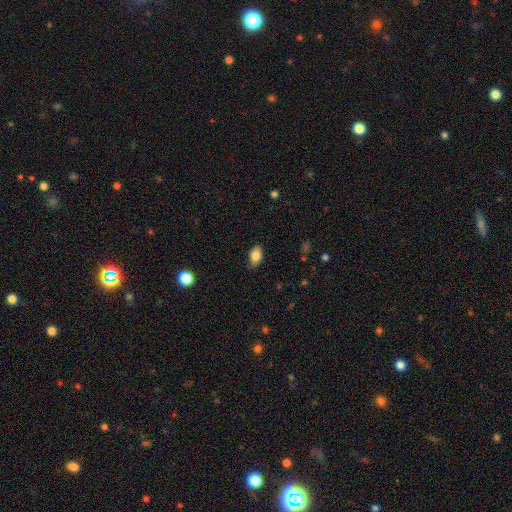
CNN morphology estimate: smooth_or_featured: smooth (p=0.84) [alt: featured or disk p=0.08]
how_rounded: in between (p=0.90) [alt: round p=0.08]
merging: none (p=0.83) [alt: minor disturbance p=0.14]